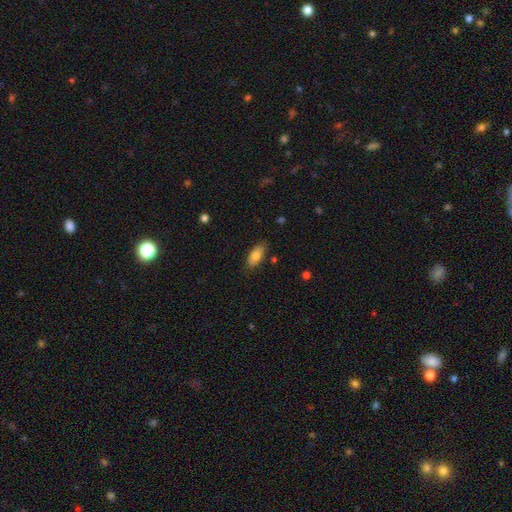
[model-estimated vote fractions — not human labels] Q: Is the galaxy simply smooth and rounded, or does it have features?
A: smooth — 80%.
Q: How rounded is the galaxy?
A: in between — 88%.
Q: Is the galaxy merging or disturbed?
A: none — 82%.